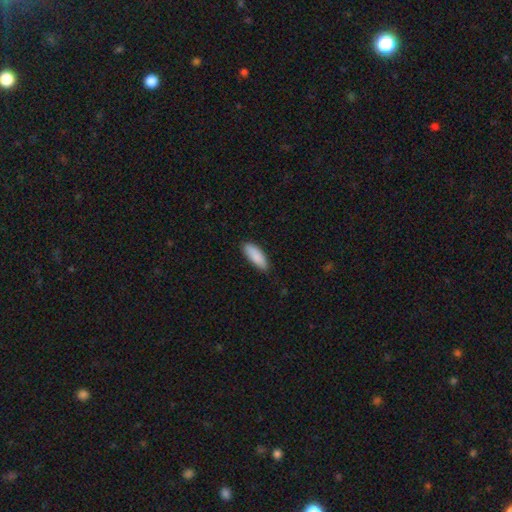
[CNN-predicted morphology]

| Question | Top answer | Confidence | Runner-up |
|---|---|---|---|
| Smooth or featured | smooth | 90% | star or artifact (5%) |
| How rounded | in between | 62% | cigar-shaped (37%) |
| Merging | none | 86% | minor disturbance (11%) |